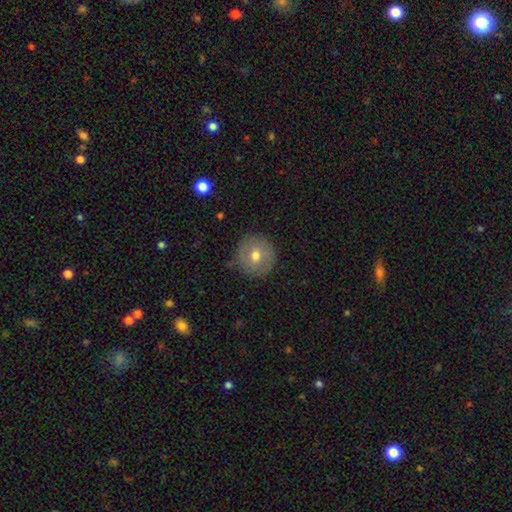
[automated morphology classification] A smooth galaxy with no disk features (64%) that is round (94%).

Vote fractions:
- Smooth or featured? smooth: 64% / featured or disk: 27% / star or artifact: 9%
- How rounded? round: 94% / in between: 5% / cigar-shaped: 1%
- Merging? none: 82% / minor disturbance: 13% / major disturbance: 4% / merger: 1%